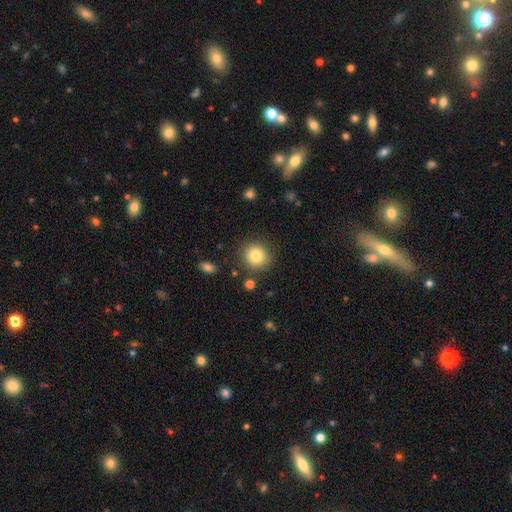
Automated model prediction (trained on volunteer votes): A smooth galaxy with no disk features (83%) that is round (90%). Merging: none (86%).